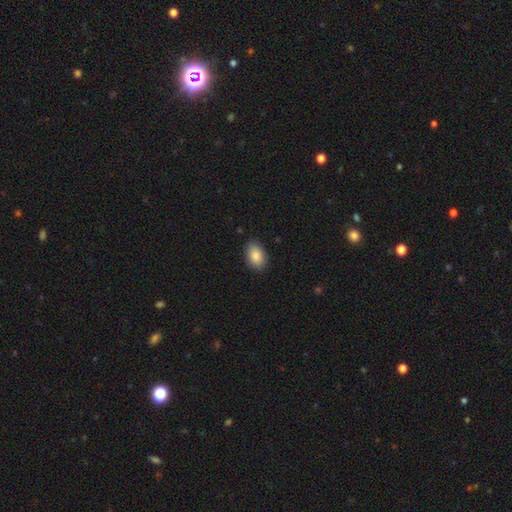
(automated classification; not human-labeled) Smooth or featured: smooth — 87% (star or artifact — 7%)
How rounded: in between — 90% (round — 9%)
Merging: none — 85% (minor disturbance — 11%)